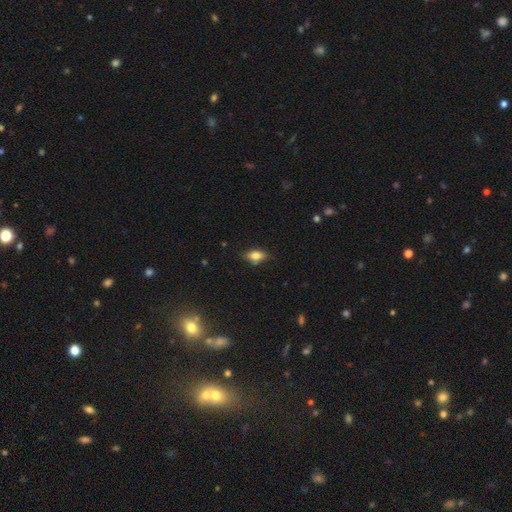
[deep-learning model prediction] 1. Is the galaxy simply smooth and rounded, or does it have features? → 74% smooth, 16% featured or disk, 10% star or artifact.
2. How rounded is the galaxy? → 84% in between, 9% cigar-shaped, 7% round.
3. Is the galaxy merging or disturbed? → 68% none, 23% minor disturbance, 5% major disturbance, 4% merger.